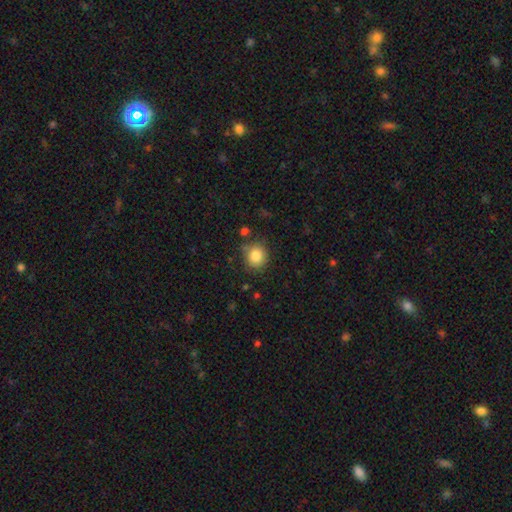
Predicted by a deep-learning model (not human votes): Smooth or featured? smooth (85%)
How rounded? round (85%)
Merging? none (82%)